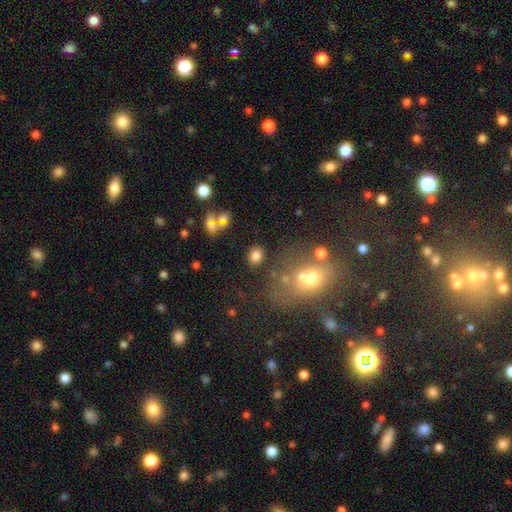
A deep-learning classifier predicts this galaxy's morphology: type=smooth (78%); roundness=in between (52%); merging=none (79%).